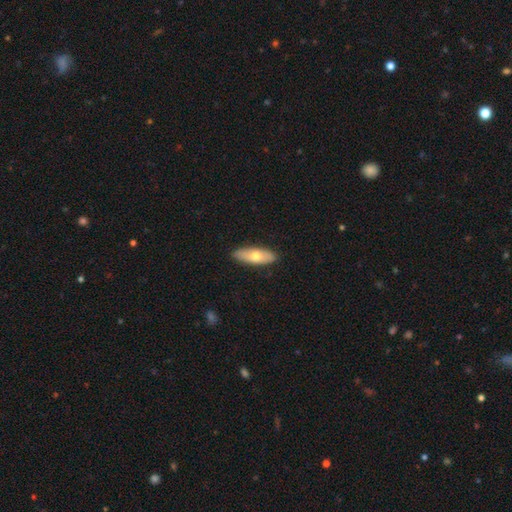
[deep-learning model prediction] A smooth galaxy with no disk features (64%) that is in between round and cigar-shaped (65%). Merging: none (89%).